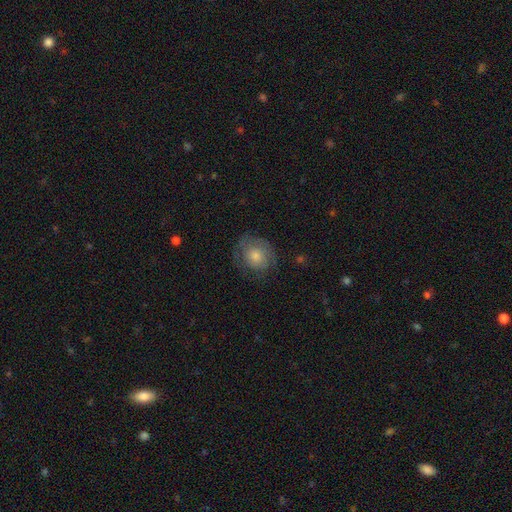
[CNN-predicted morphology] smooth-or-featured: smooth: 52% | featured or disk: 37% | star or artifact: 11%
  how-rounded: round: 80% | in between: 19% | cigar-shaped: 1%
  merging: none: 71% | minor disturbance: 18% | major disturbance: 9% | merger: 1%